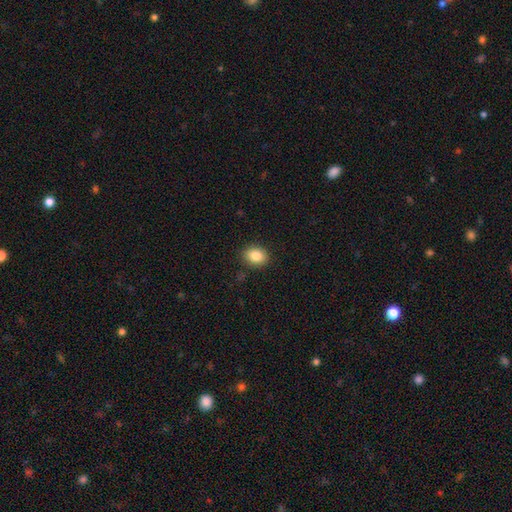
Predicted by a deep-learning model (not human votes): A smooth galaxy with no disk features (86%) that is in between round and cigar-shaped (53%). Merging: none (88%).